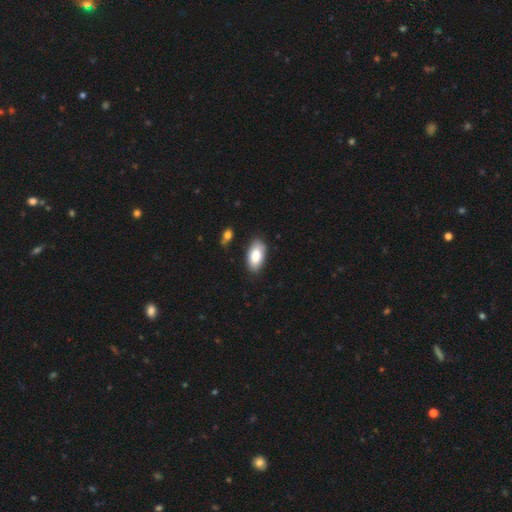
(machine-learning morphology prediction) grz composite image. It shows a smooth galaxy with no disk features (85%) that is in between round and cigar-shaped (94%). Merging: none (81%).